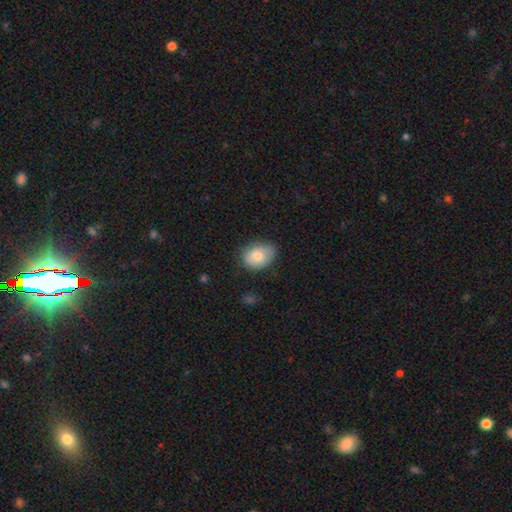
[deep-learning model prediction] This appears to be a smooth galaxy with no disk features (81%) that is in between round and cigar-shaped (67%). Merging: none (67%).